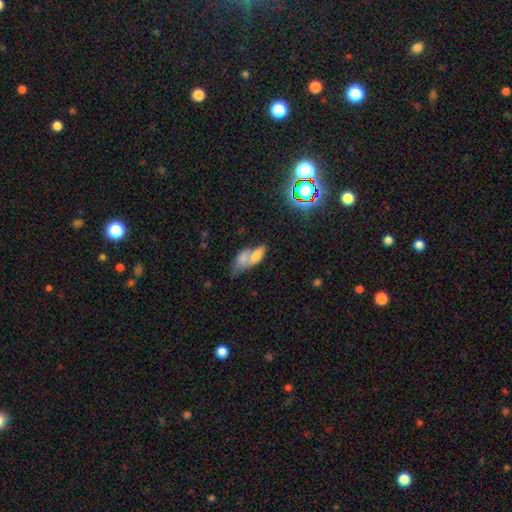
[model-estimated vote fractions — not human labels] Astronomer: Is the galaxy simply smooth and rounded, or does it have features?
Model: smooth — 69%.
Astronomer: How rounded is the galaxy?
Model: in between — 81%.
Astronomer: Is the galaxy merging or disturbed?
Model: merger — 69%.